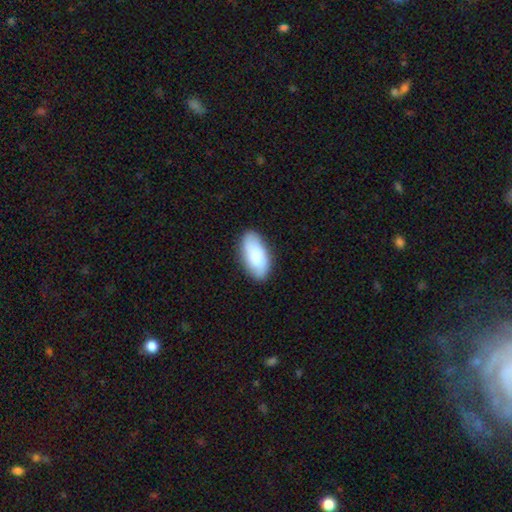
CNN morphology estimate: Smooth or featured? Predicted: smooth (p=0.82). How rounded? Predicted: in between (p=0.92). Merging? Predicted: none (p=0.84).